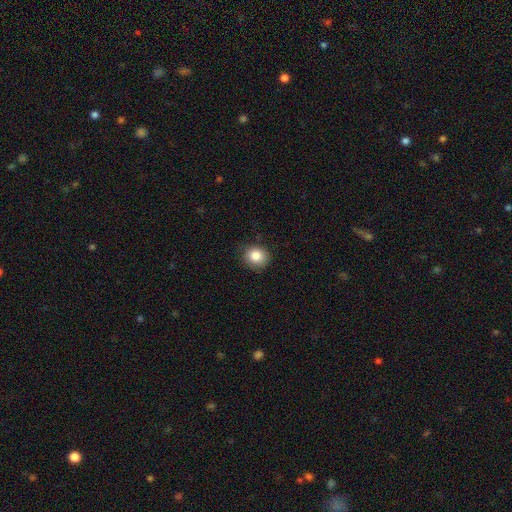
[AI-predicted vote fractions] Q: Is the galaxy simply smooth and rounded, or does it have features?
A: smooth — 84%.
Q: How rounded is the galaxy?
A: round — 78%.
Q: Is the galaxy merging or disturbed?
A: none — 82%.